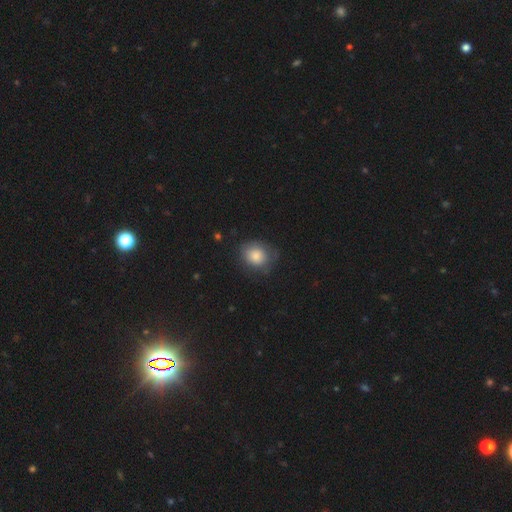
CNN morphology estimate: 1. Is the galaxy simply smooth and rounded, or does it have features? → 81% smooth, 10% featured or disk, 9% star or artifact.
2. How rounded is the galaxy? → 65% round, 35% in between, 1% cigar-shaped.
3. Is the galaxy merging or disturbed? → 68% none, 23% minor disturbance, 7% major disturbance, 1% merger.